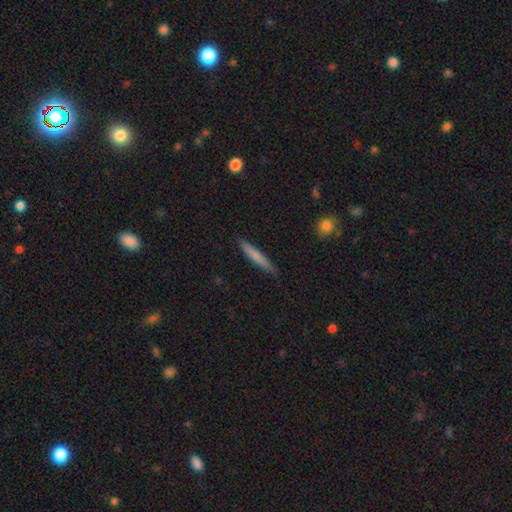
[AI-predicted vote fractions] A smooth galaxy with no disk features (72%) that is cigar-shaped (95%). Merging: none (85%).